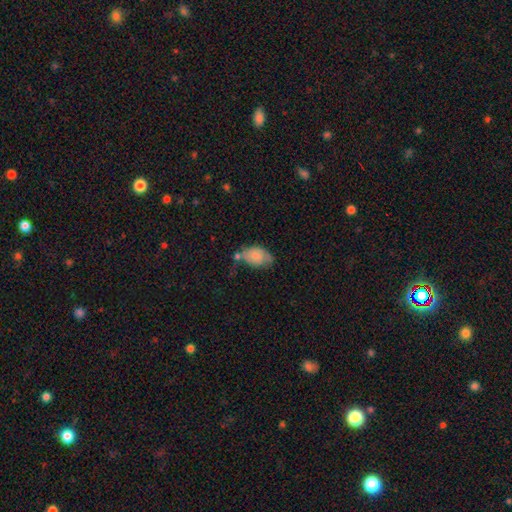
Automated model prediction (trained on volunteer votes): A smooth galaxy with no disk features (75%) that is in between round and cigar-shaped (87%).

Vote fractions:
- Smooth or featured? smooth: 75% / featured or disk: 17% / star or artifact: 8%
- How rounded? in between: 87% / round: 12% / cigar-shaped: 1%
- Merging? none: 42% / minor disturbance: 30% / merger: 15% / major disturbance: 12%